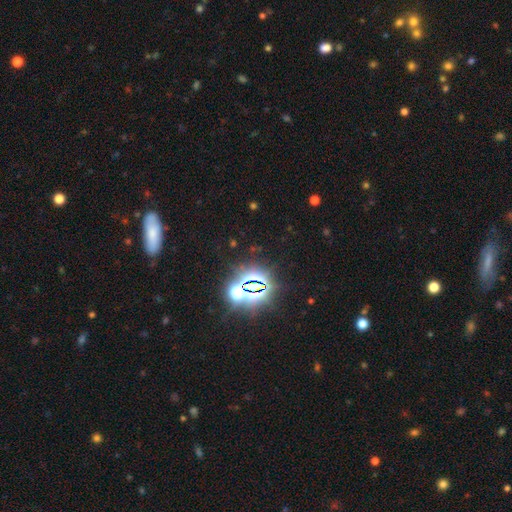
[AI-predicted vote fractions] This is likely a star or artifact rather than a galaxy (76%).